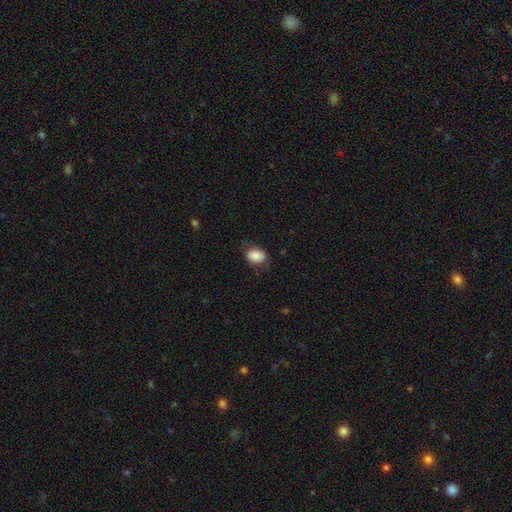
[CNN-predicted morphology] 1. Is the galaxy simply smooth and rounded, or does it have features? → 81% smooth, 11% featured or disk, 8% star or artifact.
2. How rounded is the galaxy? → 70% in between, 29% round, 1% cigar-shaped.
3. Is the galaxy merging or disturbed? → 72% none, 20% minor disturbance, 7% major disturbance, 1% merger.